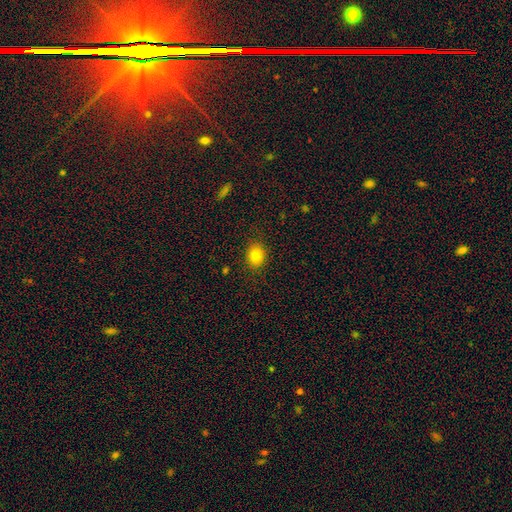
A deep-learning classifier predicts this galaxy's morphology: smooth-or-featured: smooth: 82% | star or artifact: 11% | featured or disk: 7%
  how-rounded: round: 52% | in between: 47% | cigar-shaped: 1%
  merging: none: 88% | minor disturbance: 8% | major disturbance: 2% | merger: 1%